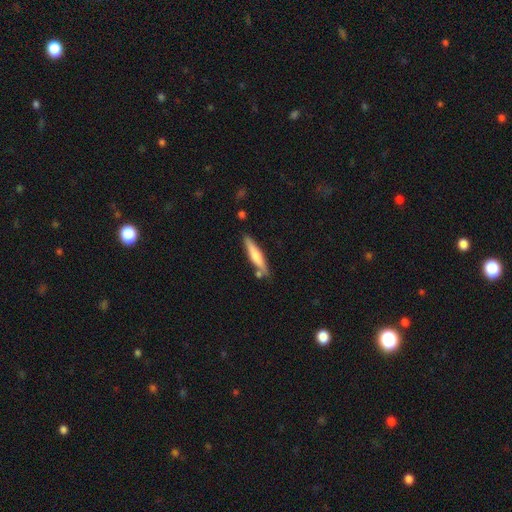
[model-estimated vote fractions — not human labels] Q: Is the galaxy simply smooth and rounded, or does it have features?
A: smooth — 60%.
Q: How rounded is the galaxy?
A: cigar-shaped — 87%.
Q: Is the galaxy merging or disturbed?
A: none — 78%.